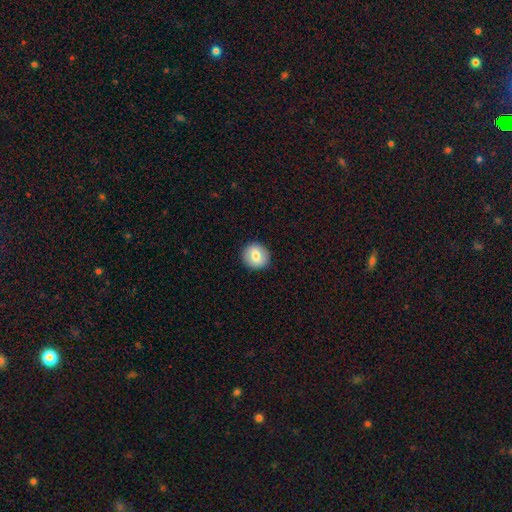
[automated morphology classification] smooth-or-featured: smooth: 74% | featured or disk: 18% | star or artifact: 8%
  how-rounded: round: 87% | in between: 12% | cigar-shaped: 1%
  merging: none: 90% | minor disturbance: 7% | major disturbance: 2% | merger: 1%